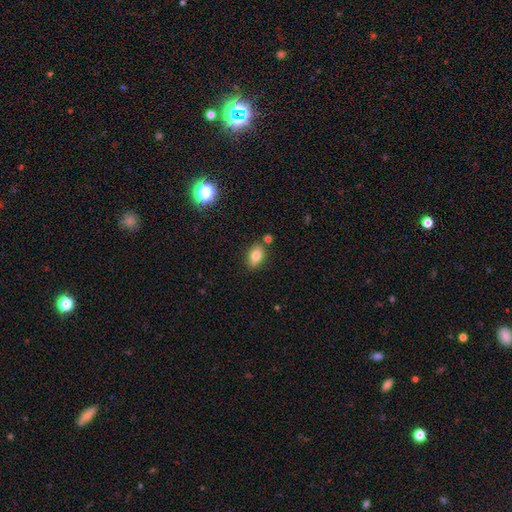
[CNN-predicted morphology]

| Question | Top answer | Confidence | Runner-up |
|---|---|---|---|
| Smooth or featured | smooth | 79% | featured or disk (12%) |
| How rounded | in between | 86% | round (10%) |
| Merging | none | 79% | minor disturbance (12%) |